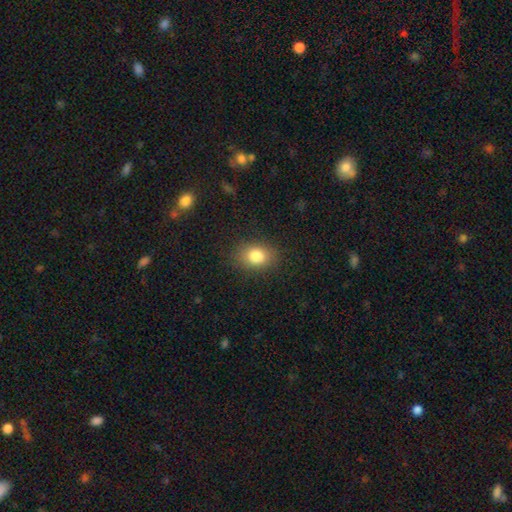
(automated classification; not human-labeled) smooth_or_featured: smooth (p=0.82) [alt: star or artifact p=0.10]
how_rounded: in between (p=0.62) [alt: round p=0.37]
merging: none (p=0.84) [alt: minor disturbance p=0.11]